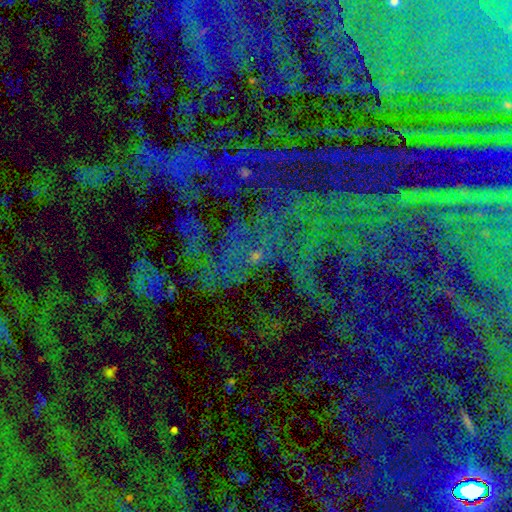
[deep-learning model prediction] Smooth or featured?
  - star or artifact: 79% *
  - smooth: 10%
  - featured or disk: 10%